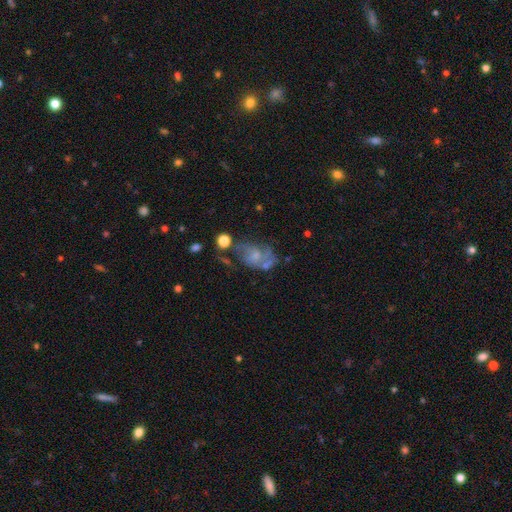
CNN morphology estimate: Q: Smooth or featured?
A: featured or disk (62%); runner-up: smooth (26%)
Q: Edge-on disk?
A: no (97%); runner-up: yes (3%)
Q: Bar?
A: no (71%); runner-up: weak (25%)
Q: Spiral arms?
A: yes (70%); runner-up: no (30%)
Q: Bulge size?
A: small (52%); runner-up: moderate (24%)
Q: Merging?
A: none (34%); runner-up: major disturbance (29%)